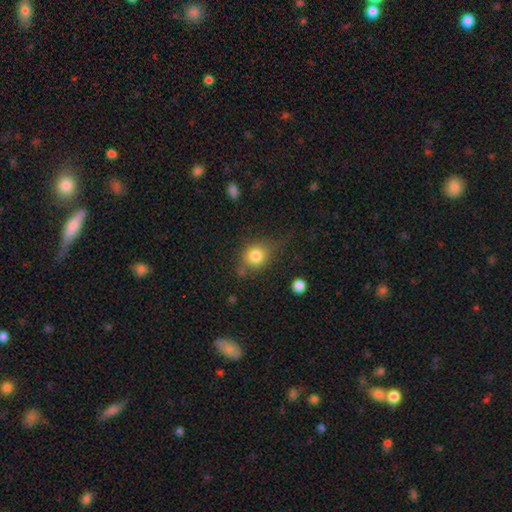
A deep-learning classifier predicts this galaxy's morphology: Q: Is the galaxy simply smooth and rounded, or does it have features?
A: smooth — 80%.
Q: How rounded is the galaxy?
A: round — 75%.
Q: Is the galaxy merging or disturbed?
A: none — 57%.